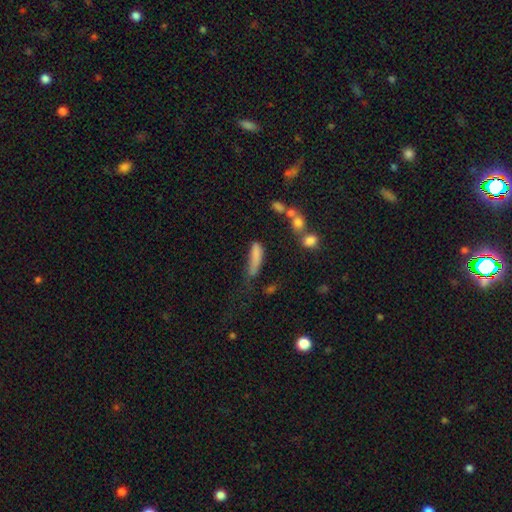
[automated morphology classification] The model was most divided on "merging": none: 34%, minor disturbance: 29%, major disturbance: 26%, merger: 10%. More confident: smooth or featured — smooth (76%); how rounded — cigar-shaped (66%).